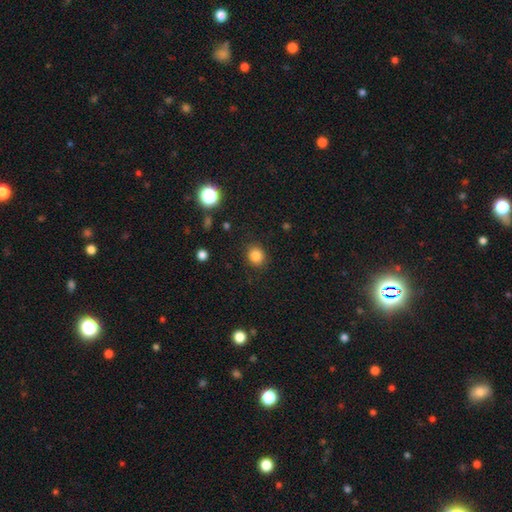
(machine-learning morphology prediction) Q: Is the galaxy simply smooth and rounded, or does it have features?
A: smooth — 84%.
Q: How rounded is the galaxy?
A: round — 79%.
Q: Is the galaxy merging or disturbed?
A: none — 88%.